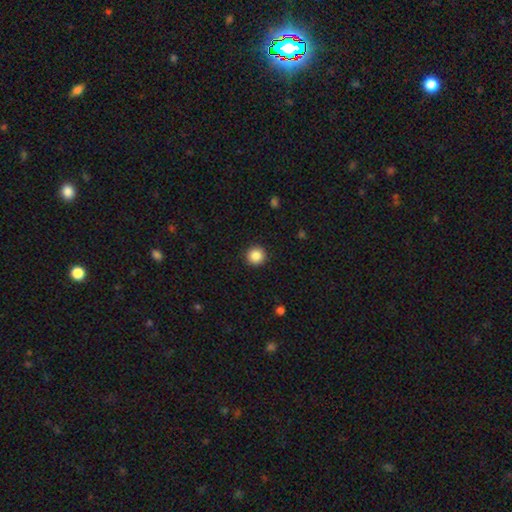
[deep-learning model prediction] Q: Smooth or featured?
A: smooth (87%); runner-up: star or artifact (10%)
Q: How rounded?
A: round (95%); runner-up: in between (4%)
Q: Merging?
A: none (92%); runner-up: minor disturbance (5%)